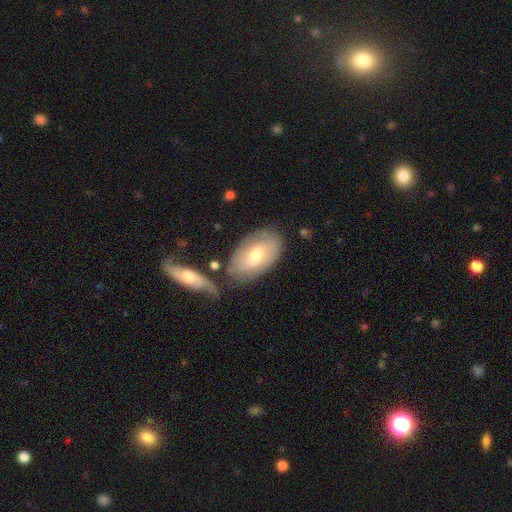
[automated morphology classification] smooth 57%, featured or disk 37%, star or artifact 6%. Down the decision tree: how rounded — in between (93%); merging — none (65%).